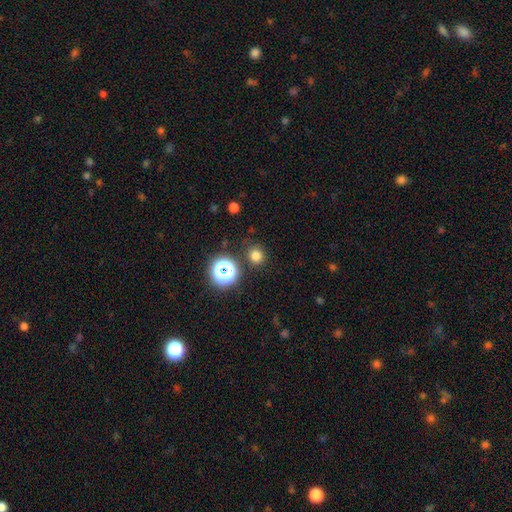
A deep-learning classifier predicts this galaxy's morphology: Smooth or featured?
  - smooth: 76% *
  - star or artifact: 19%
  - featured or disk: 5%
How rounded?
  - round: 85% *
  - in between: 14%
  - cigar-shaped: 1%
Merging?
  - none: 87% *
  - minor disturbance: 8%
  - major disturbance: 3%
  - merger: 3%